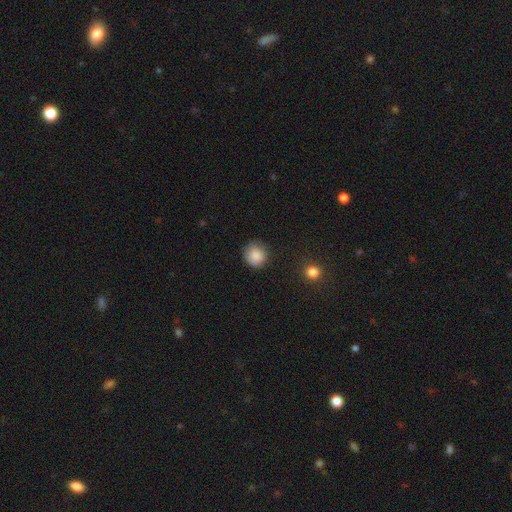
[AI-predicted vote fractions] Smooth or featured? smooth (87%)
How rounded? round (89%)
Merging? none (79%)